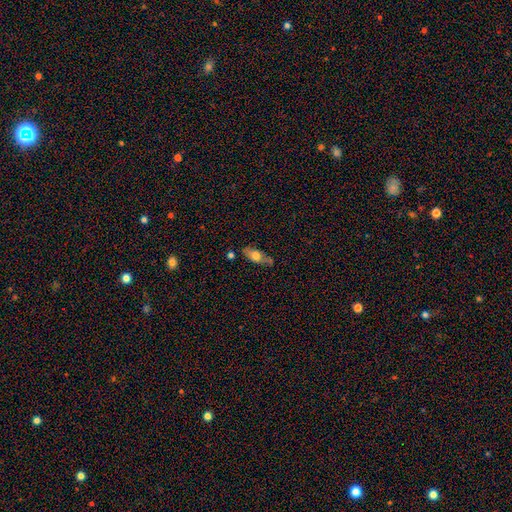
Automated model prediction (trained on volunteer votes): Smooth or featured? smooth (59%)
How rounded? in between (73%)
Merging? none (72%)